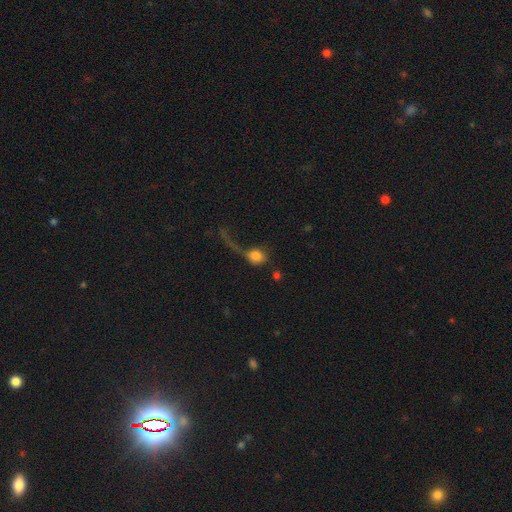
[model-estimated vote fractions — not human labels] A smooth galaxy with no disk features (72%) that is round (59%).

Vote fractions:
- Smooth or featured? smooth: 72% / featured or disk: 19% / star or artifact: 10%
- How rounded? round: 59% / in between: 38% / cigar-shaped: 3%
- Merging? major disturbance: 57% / none: 21% / minor disturbance: 12% / merger: 10%